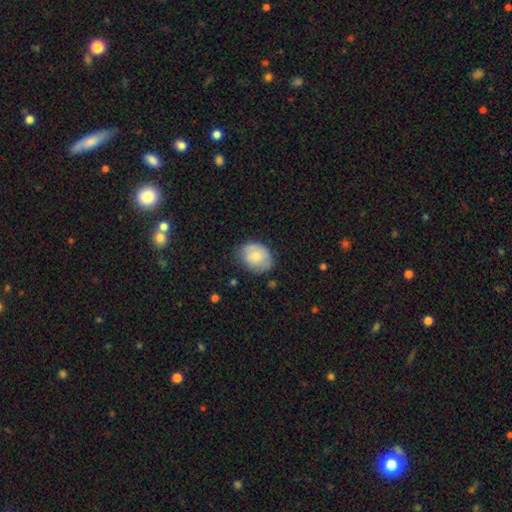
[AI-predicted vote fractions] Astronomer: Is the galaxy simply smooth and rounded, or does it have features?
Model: smooth — 73%.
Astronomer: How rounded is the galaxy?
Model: in between — 58% (runner-up: round, 41%).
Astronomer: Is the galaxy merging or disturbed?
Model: none — 67%.